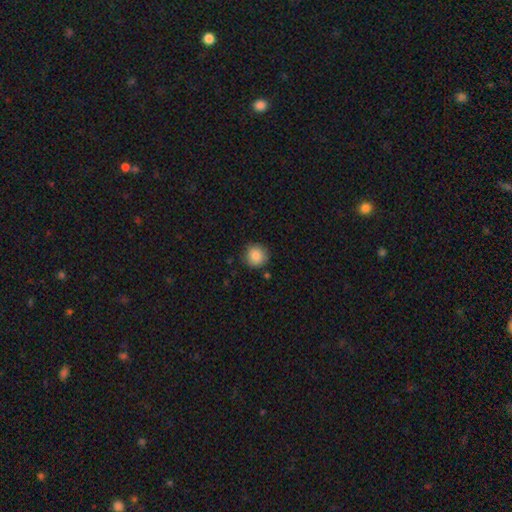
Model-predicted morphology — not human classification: Smooth or featured? smooth (87%)
How rounded? round (93%)
Merging? none (85%)